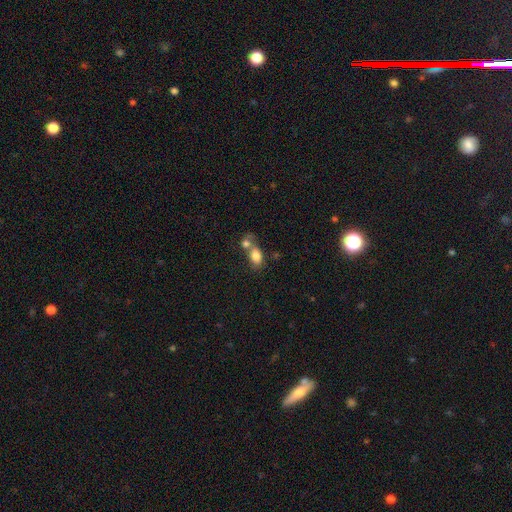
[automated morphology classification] smooth 81%, featured or disk 10%, star or artifact 9%. Down the decision tree: how rounded — in between (81%); merging — merger (54%).